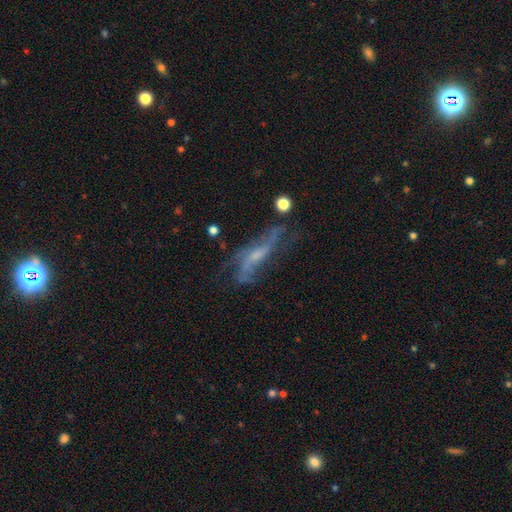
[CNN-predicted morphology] Smooth or featured? Predicted: featured or disk (p=0.69). Edge-on disk? Predicted: no (p=0.67). Merging? Predicted: none (p=0.48).